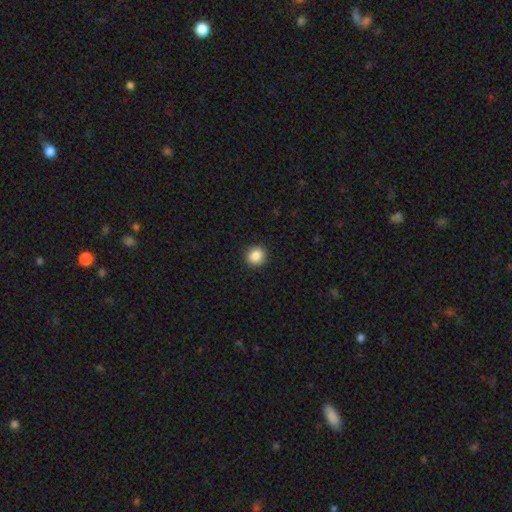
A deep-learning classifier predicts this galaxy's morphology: smooth-or-featured: smooth: 87% | star or artifact: 9% | featured or disk: 4%
  how-rounded: round: 85% | in between: 14% | cigar-shaped: 1%
  merging: none: 92% | minor disturbance: 6% | major disturbance: 2% | merger: 1%